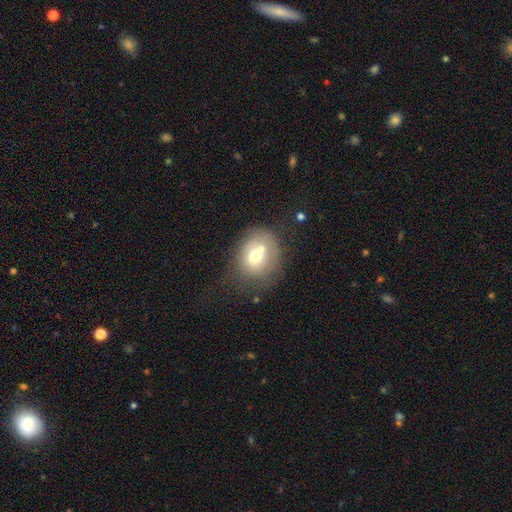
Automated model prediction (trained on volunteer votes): Smooth or featured? Predicted: smooth (p=0.64). How rounded? Predicted: round (p=0.62). Merging? Predicted: none (p=0.47).